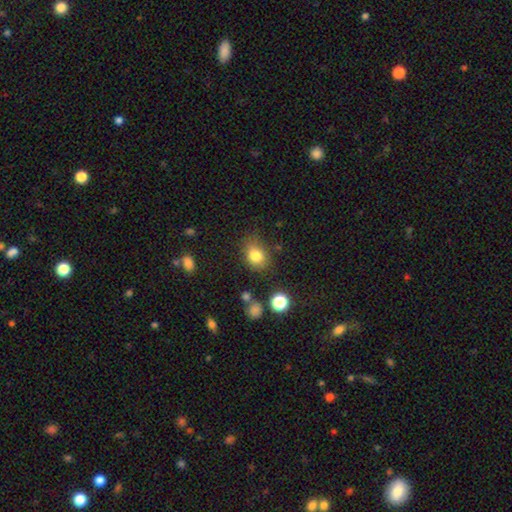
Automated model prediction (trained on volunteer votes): Overall: smooth (80%). How rounded: in between (52%; round 47%). Merging: none (71%).